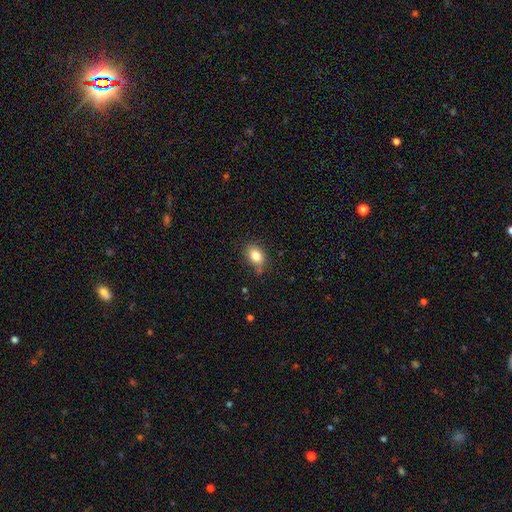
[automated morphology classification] A smooth galaxy with no disk features (83%) that is in between round and cigar-shaped (71%). Merging: none (78%).